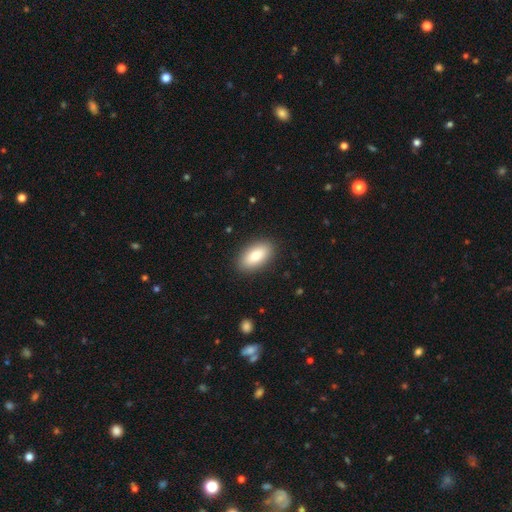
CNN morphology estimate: The model was most divided on "smooth or featured": smooth: 81%, featured or disk: 13%, star or artifact: 7%. More confident: how rounded — in between (92%); merging — none (89%).